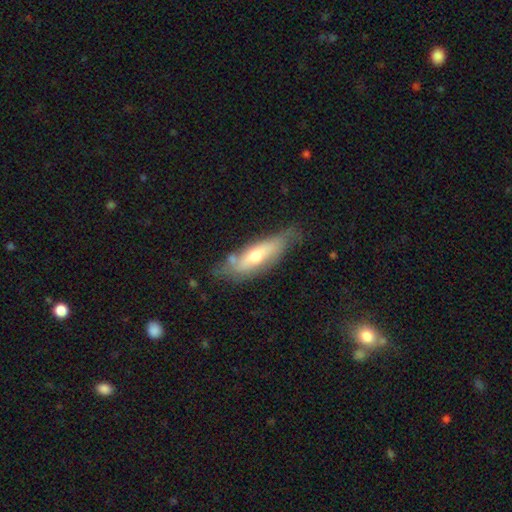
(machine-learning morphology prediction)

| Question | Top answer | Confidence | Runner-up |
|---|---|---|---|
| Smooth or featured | featured or disk | 49% | smooth (45%) |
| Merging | none | 62% | minor disturbance (26%) |